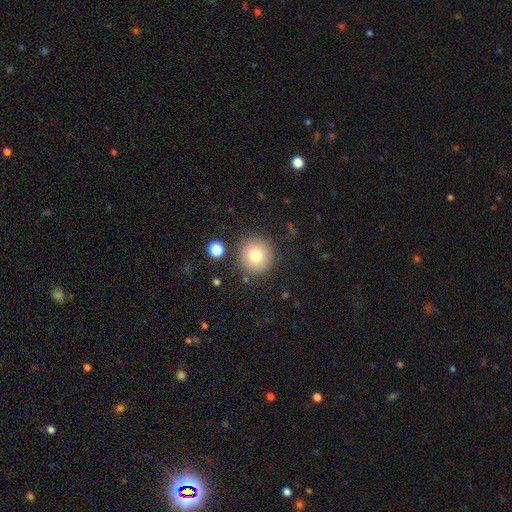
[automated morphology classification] Smooth or featured? Predicted: smooth (p=0.79). How rounded? Predicted: round (p=0.94). Merging? Predicted: none (p=0.86).